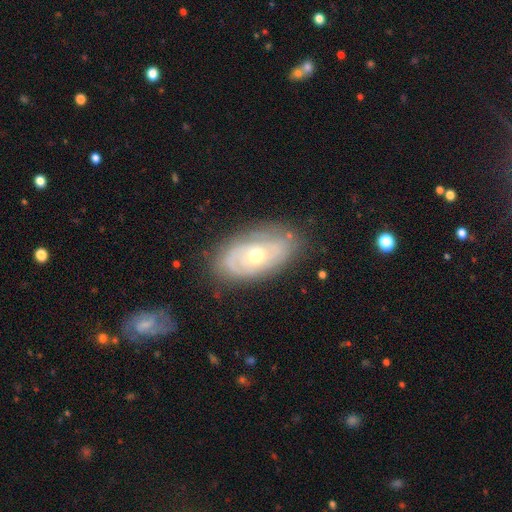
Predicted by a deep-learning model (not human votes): This appears to be a featured or disk galaxy (64%) with no bar (78%), spiral arms (62%) and a moderate central bulge (66%). Merging: none (76%).